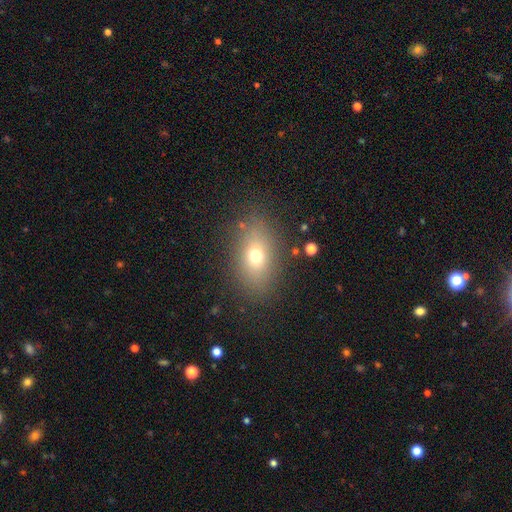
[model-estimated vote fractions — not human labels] Smooth or featured? smooth (69%)
How rounded? in between (78%)
Merging? none (83%)